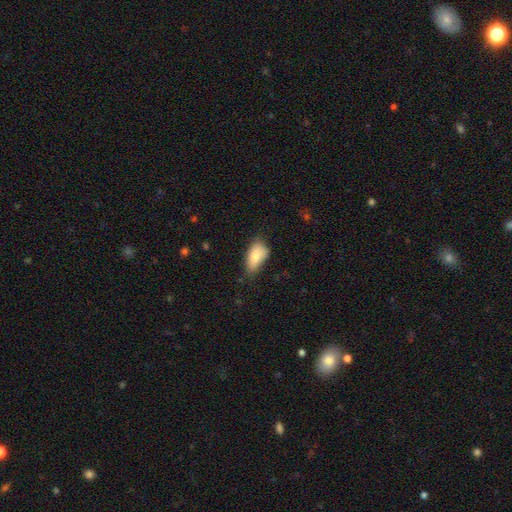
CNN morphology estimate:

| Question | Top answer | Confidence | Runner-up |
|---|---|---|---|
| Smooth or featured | smooth | 79% | featured or disk (13%) |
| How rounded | in between | 90% | cigar-shaped (5%) |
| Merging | none | 48% | minor disturbance (39%) |